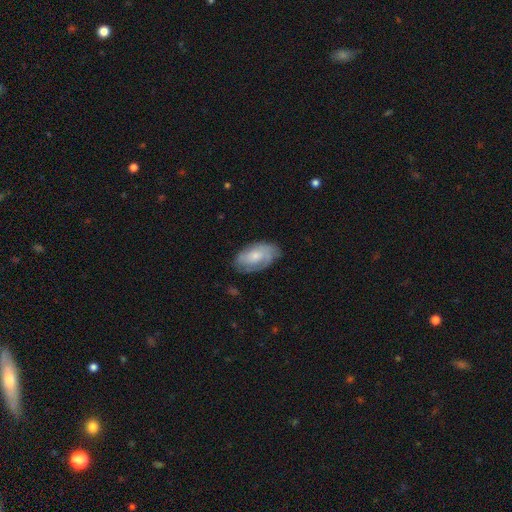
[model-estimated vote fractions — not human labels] A featured or disk galaxy (53%). Merging: none (70%).